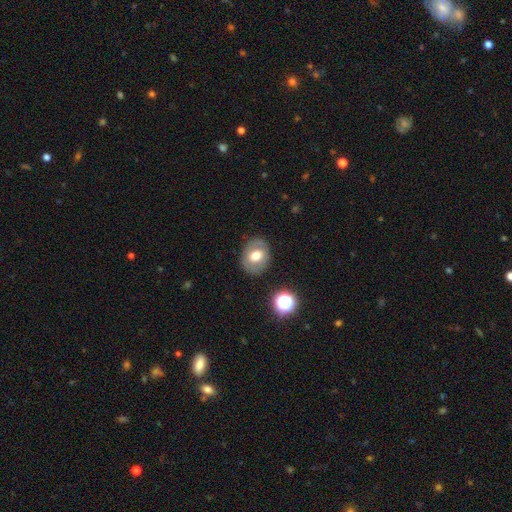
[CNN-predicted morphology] This appears to be a smooth galaxy with no disk features (60%) that is round (56%). Merging: none (83%).